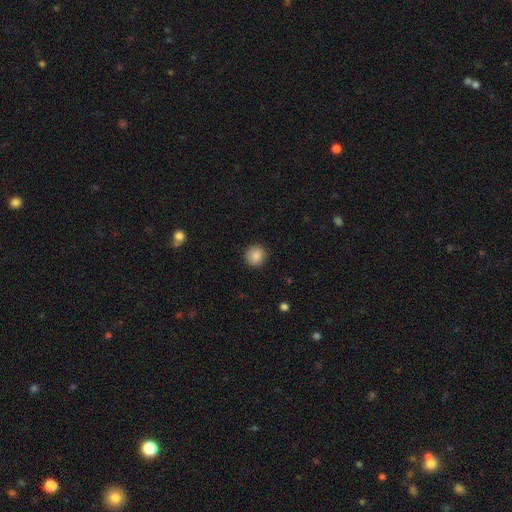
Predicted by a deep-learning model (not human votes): This appears to be a smooth galaxy with no disk features (86%) that is round (91%). Merging: none (90%).